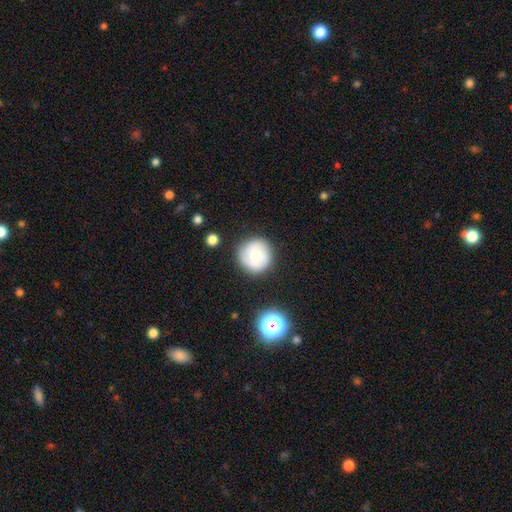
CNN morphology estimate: Smooth or featured? Predicted: smooth (p=0.59). How rounded? Predicted: round (p=0.94). Merging? Predicted: none (p=0.82).